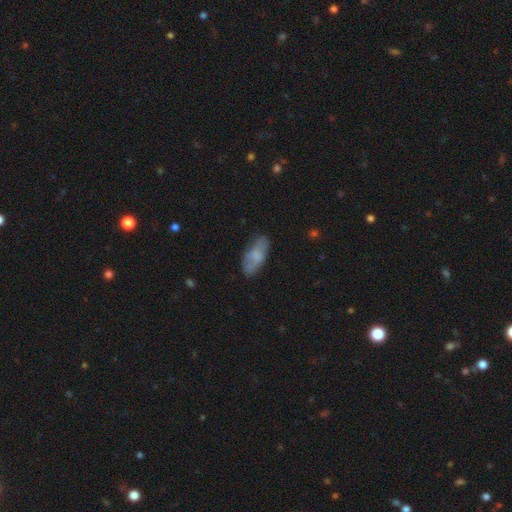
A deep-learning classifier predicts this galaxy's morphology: Overall: smooth (66%). How rounded: in between (86%). Merging: none (68%).